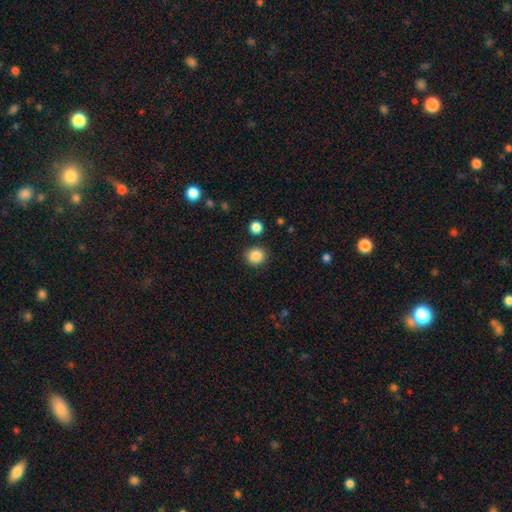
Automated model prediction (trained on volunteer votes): smooth 87%, star or artifact 10%, featured or disk 4%. Down the decision tree: how rounded — round (86%); merging — none (88%).